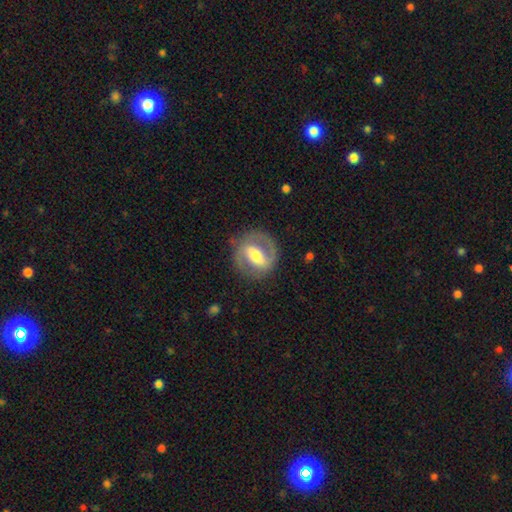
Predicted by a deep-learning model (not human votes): featured or disk 77%, smooth 18%, star or artifact 5%. Down the decision tree: edge-on disk — no (96%); bar — strong (50%); spiral arms — yes (82%); spiral arm count — 2 (84%); spiral winding — medium (49%); bulge size — moderate (63%); merging — none (80%).